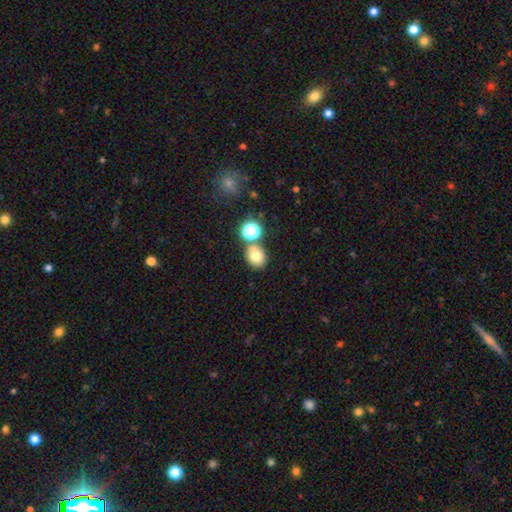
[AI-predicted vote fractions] smooth-or-featured: smooth: 75% | star or artifact: 15% | featured or disk: 10%
  how-rounded: round: 56% | in between: 43% | cigar-shaped: 1%
  merging: none: 69% | merger: 18% | minor disturbance: 10% | major disturbance: 3%